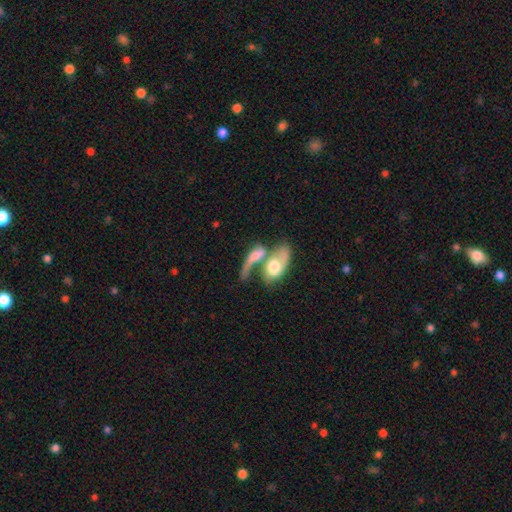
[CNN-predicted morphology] smooth_or_featured: featured or disk (p=0.50) [alt: smooth p=0.42]
disk_edge_on: no (p=0.83) [alt: yes p=0.17]
merging: merger (p=0.66) [alt: major disturbance p=0.14]